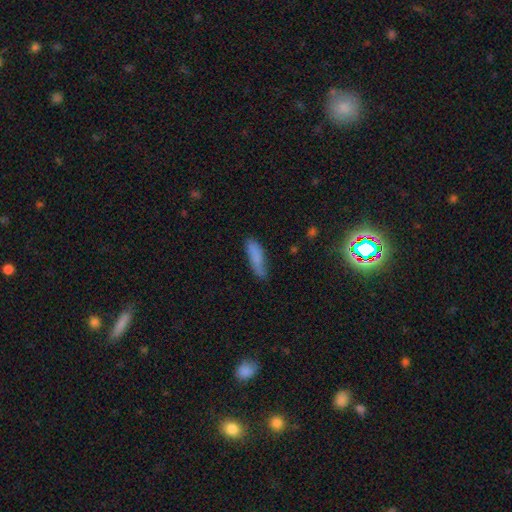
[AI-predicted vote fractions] Smooth or featured? smooth (79%)
How rounded? cigar-shaped (61%)
Merging? none (65%)